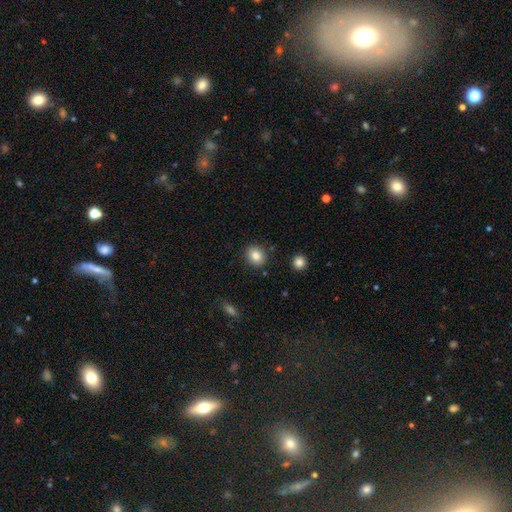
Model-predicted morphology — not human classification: Smooth or featured?
  - smooth: 85% *
  - star or artifact: 9%
  - featured or disk: 6%
How rounded?
  - round: 62% *
  - in between: 37%
  - cigar-shaped: 1%
Merging?
  - none: 87% *
  - minor disturbance: 8%
  - merger: 2%
  - major disturbance: 2%